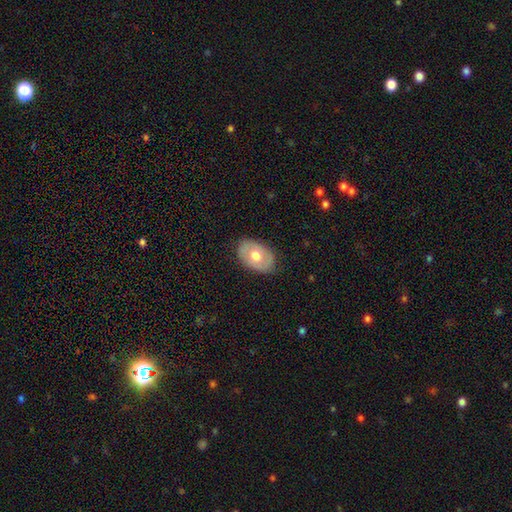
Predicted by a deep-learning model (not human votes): Q: Smooth or featured?
A: smooth (62%); runner-up: featured or disk (32%)
Q: How rounded?
A: in between (85%); runner-up: round (14%)
Q: Merging?
A: none (82%); runner-up: minor disturbance (14%)